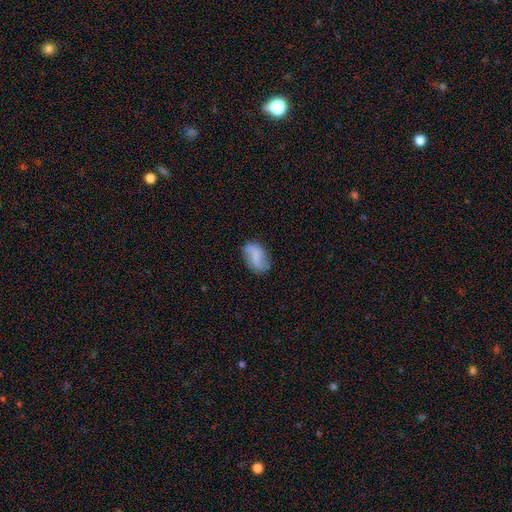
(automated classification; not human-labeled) Q: Smooth or featured?
A: featured or disk (50%); runner-up: smooth (42%)
Q: Edge-on disk?
A: no (96%); runner-up: yes (4%)
Q: Merging?
A: none (71%); runner-up: minor disturbance (20%)